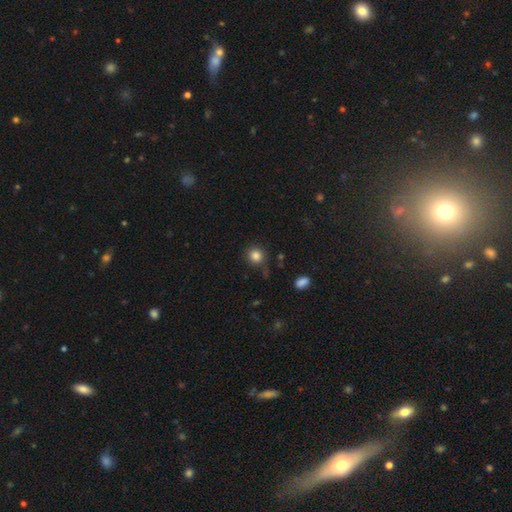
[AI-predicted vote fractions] The model was most divided on "merging": none: 77%, minor disturbance: 14%, major disturbance: 5%, merger: 3%. More confident: how rounded — round (90%); smooth or featured — smooth (84%).